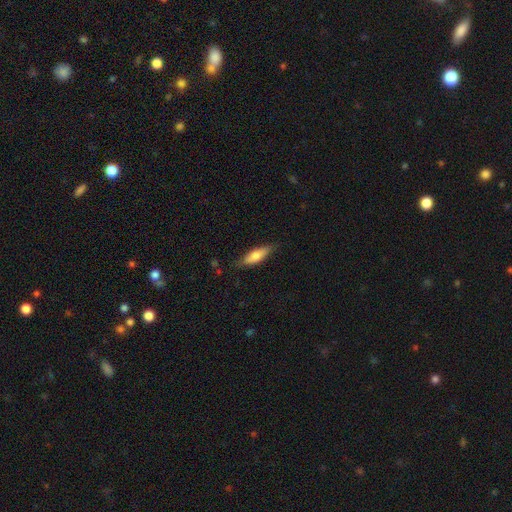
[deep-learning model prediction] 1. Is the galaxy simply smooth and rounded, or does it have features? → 69% smooth, 25% featured or disk, 6% star or artifact.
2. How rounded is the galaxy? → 51% cigar-shaped, 47% in between, 2% round.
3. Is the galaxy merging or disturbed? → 79% none, 16% minor disturbance, 3% major disturbance, 1% merger.